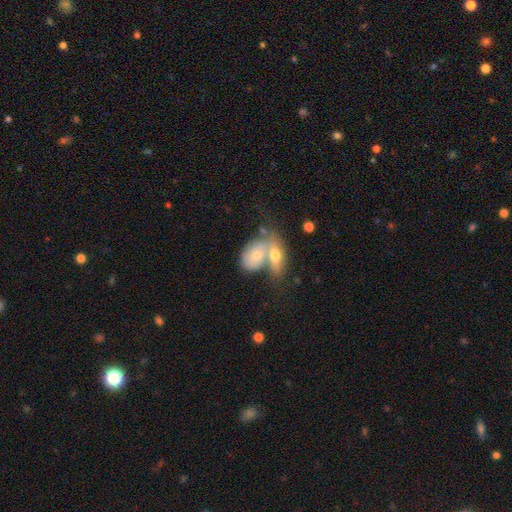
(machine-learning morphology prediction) smooth 64%, featured or disk 30%, star or artifact 6%. Down the decision tree: how rounded — in between (83%); merging — merger (63%).